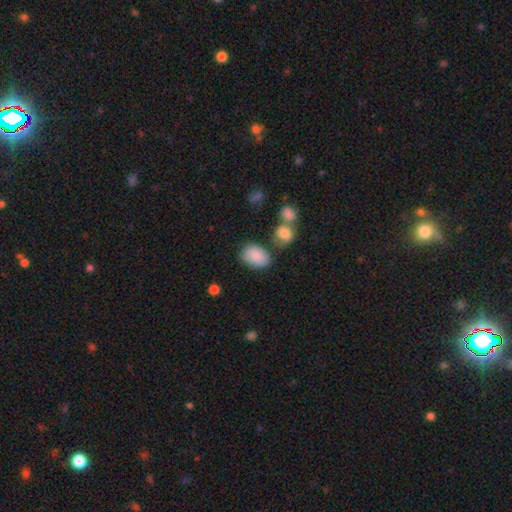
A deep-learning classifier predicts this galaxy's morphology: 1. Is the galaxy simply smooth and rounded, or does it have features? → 84% smooth, 9% featured or disk, 7% star or artifact.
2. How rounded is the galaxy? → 80% in between, 19% round, 1% cigar-shaped.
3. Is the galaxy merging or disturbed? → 66% none, 18% minor disturbance, 10% merger, 5% major disturbance.